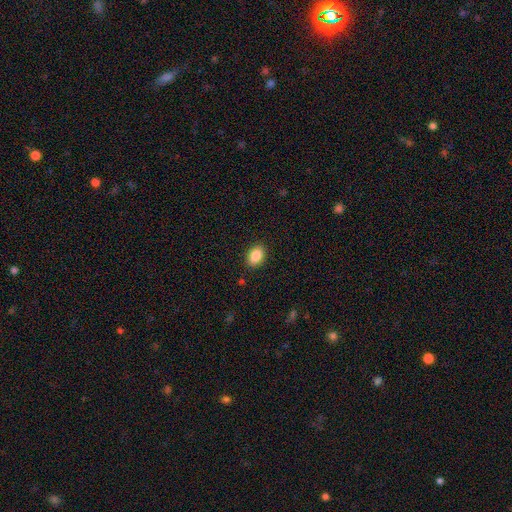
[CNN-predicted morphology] Smooth or featured? Predicted: smooth (p=0.88). How rounded? Predicted: in between (p=0.83). Merging? Predicted: none (p=0.89).